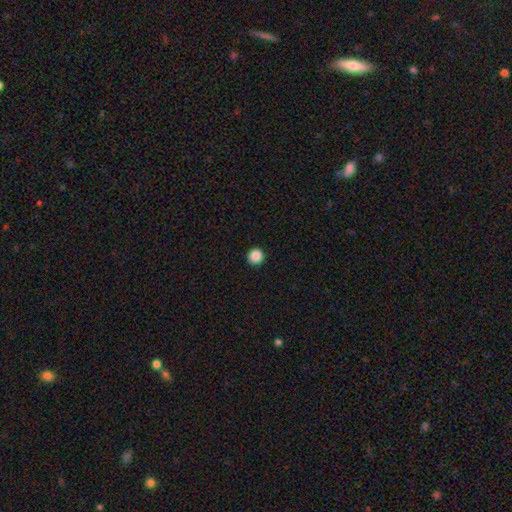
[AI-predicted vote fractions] Morphology: type=smooth (88%); roundness=round (96%); merging=none (94%).